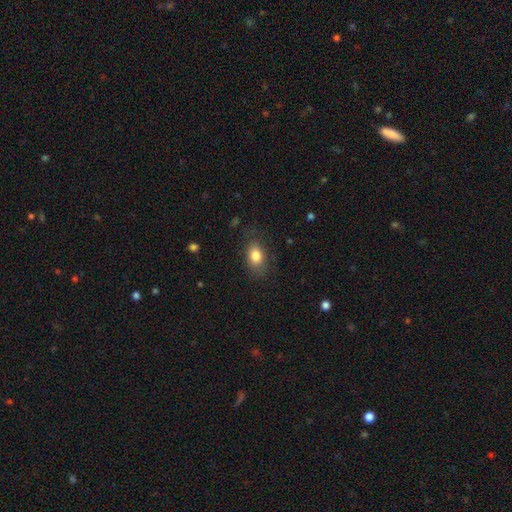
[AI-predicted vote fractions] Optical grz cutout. It shows a smooth galaxy with no disk features (82%) that is in between round and cigar-shaped (83%). Merging: none (77%).